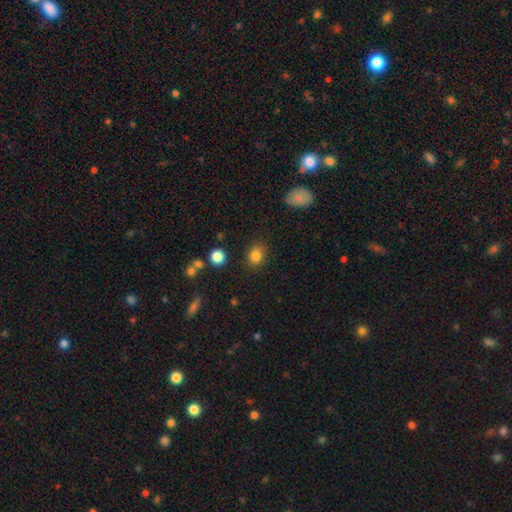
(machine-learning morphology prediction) The model was most divided on "how rounded": round: 53%, in between: 46%, cigar-shaped: 1%. More confident: smooth or featured — smooth (83%); merging — none (81%).